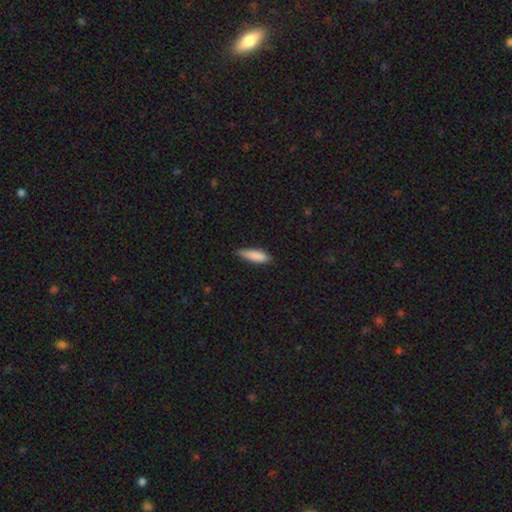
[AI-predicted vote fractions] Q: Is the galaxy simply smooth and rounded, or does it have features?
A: smooth — 86%.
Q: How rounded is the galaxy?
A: cigar-shaped — 57%.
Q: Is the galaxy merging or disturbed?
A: none — 73%.